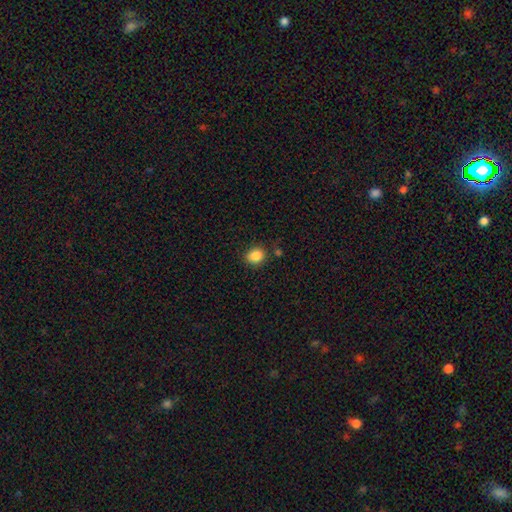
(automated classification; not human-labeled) This is clearly a smooth galaxy (86%). How rounded: likely round (60%). Merging: clearly none (81%).